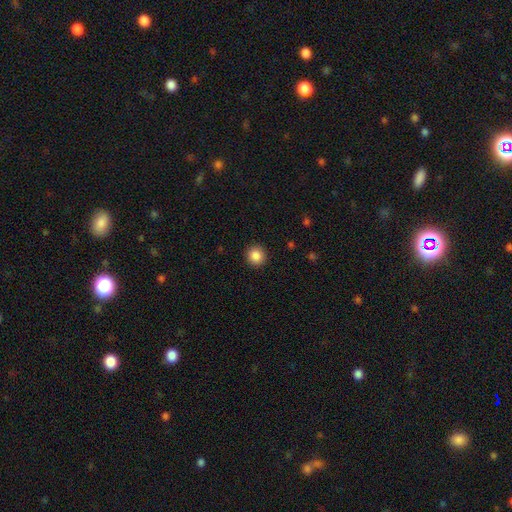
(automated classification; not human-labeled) Overall: smooth (87%). How rounded: round (94%). Merging: none (92%).